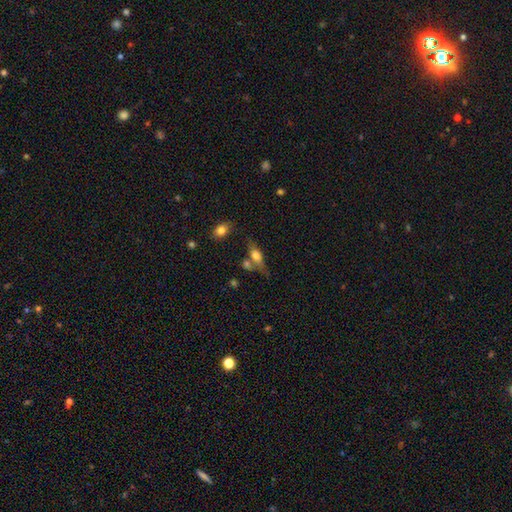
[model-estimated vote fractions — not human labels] Overall: smooth (58%; featured or disk 33%). How rounded: in between (62%; cigar-shaped 32%). Merging: none (49%; merger 23%).